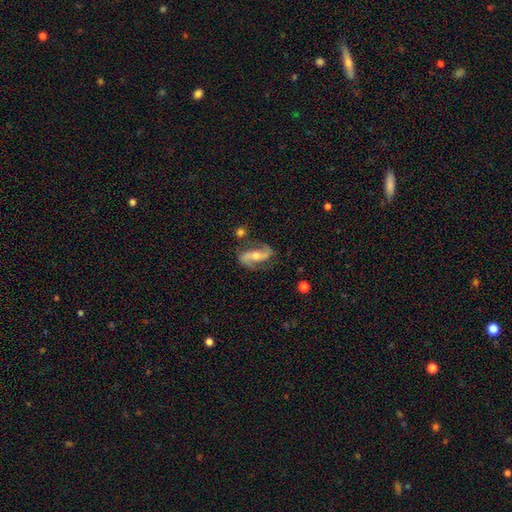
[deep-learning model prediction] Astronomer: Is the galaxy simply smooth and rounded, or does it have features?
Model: featured or disk — 86%.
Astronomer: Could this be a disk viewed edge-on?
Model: no — 95%.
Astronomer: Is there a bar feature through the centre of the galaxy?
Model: no — 36% (runner-up: strong, 34%).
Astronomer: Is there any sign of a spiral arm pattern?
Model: yes — 96%.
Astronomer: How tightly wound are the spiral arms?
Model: loose — 53% (runner-up: medium, 36%).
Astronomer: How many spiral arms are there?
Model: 2 — 93%.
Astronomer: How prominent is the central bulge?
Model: moderate — 53% (runner-up: small, 39%).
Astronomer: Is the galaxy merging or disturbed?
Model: none — 73%.